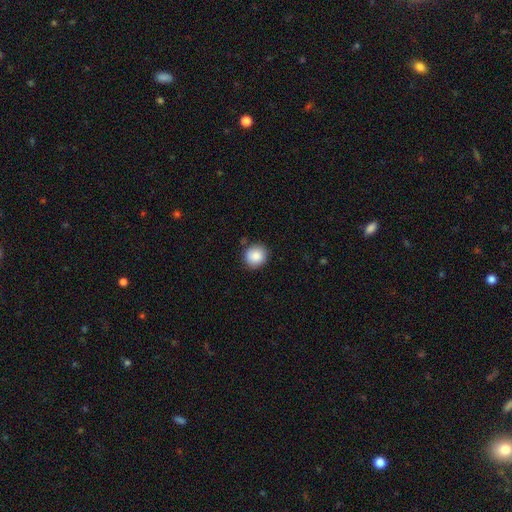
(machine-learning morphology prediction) Smooth or featured: smooth — 87% (star or artifact — 8%)
How rounded: round — 89% (in between — 10%)
Merging: none — 86% (minor disturbance — 10%)